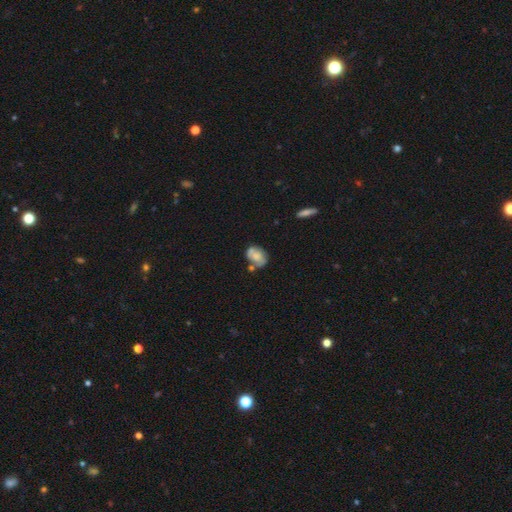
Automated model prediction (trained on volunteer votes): Smooth or featured? Predicted: smooth (p=0.52). How rounded? Predicted: in between (p=0.68). Merging? Predicted: none (p=0.47).